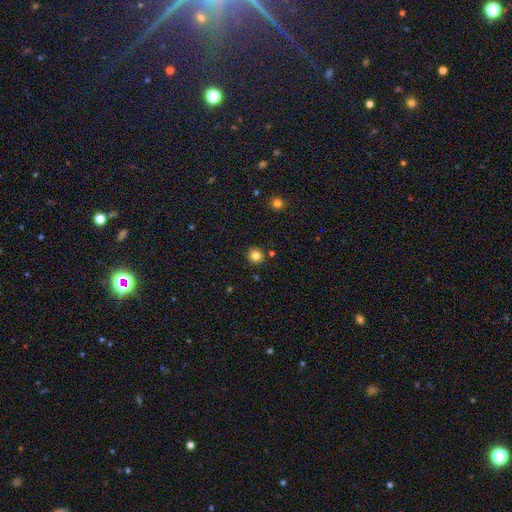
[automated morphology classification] Smooth or featured: smooth — 82% (star or artifact — 12%)
How rounded: round — 93% (in between — 6%)
Merging: none — 89% (minor disturbance — 6%)